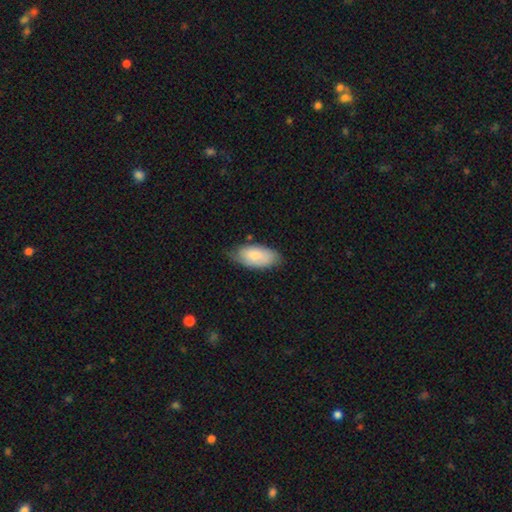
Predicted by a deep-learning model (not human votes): Overall: smooth (77%). How rounded: in between (93%). Merging: none (64%; minor disturbance 29%).